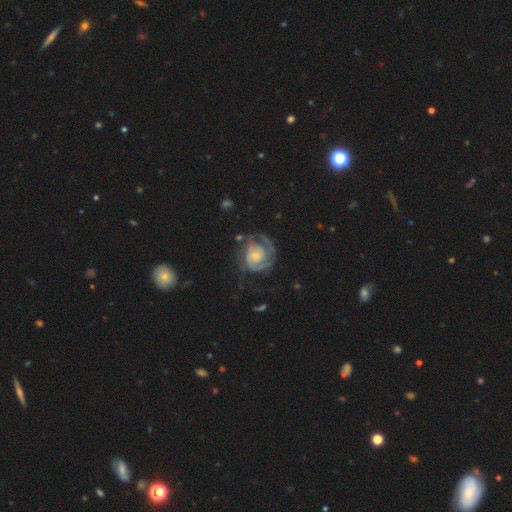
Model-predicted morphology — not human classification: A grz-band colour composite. It shows a featured or disk galaxy (83%) with no bar (73%), 2 (43%) tight (60%) spiral arms (94%) and a small central bulge (66%). Merging: none (55%).